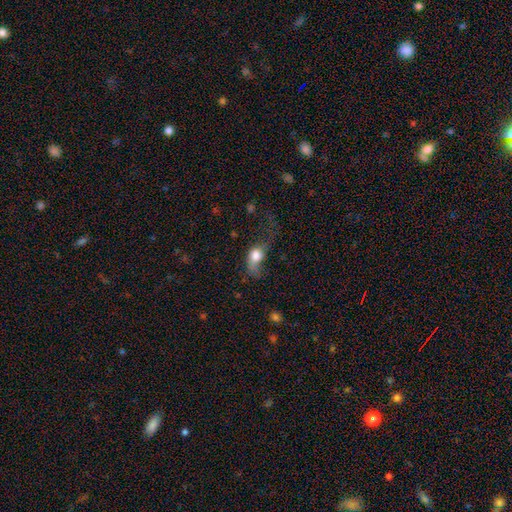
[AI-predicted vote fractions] Overall: smooth (67%). How rounded: in between (67%; round 28%). Merging: major disturbance (53%; none 21%).